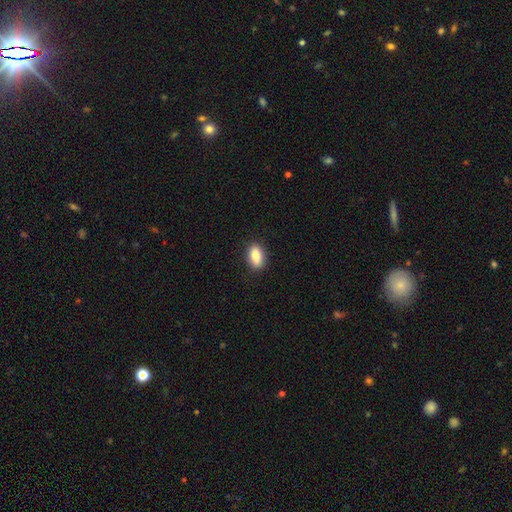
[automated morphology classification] Q: Smooth or featured?
A: smooth (85%); runner-up: featured or disk (7%)
Q: How rounded?
A: in between (88%); runner-up: round (7%)
Q: Merging?
A: none (87%); runner-up: minor disturbance (10%)